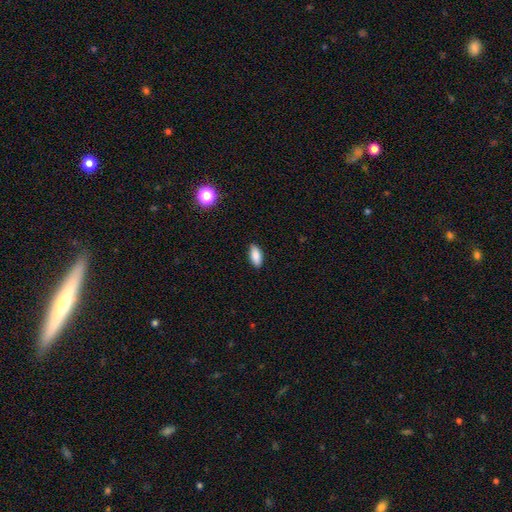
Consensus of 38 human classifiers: smooth 89%, featured or disk 5%, star or artifact 5%. Down the decision tree: how rounded — in between (85%); merging — none (86%).